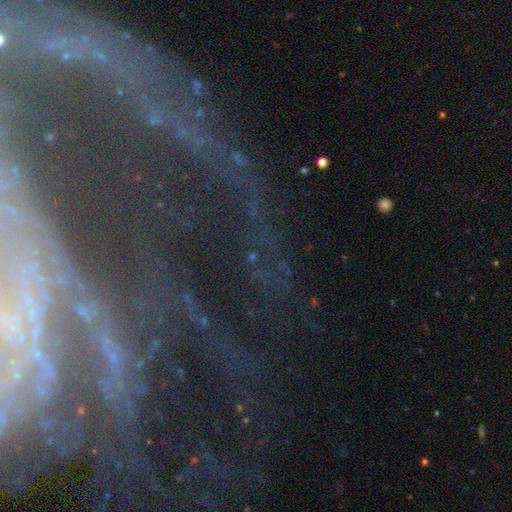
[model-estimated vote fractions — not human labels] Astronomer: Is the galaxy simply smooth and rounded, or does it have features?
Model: featured or disk — 59%.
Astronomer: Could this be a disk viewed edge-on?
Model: no — 85%.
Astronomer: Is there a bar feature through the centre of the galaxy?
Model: no — 37% (runner-up: strong, 34%).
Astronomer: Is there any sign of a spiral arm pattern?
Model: yes — 86%.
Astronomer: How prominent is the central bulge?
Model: small — 60%.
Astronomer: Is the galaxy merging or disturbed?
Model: none — 71%.